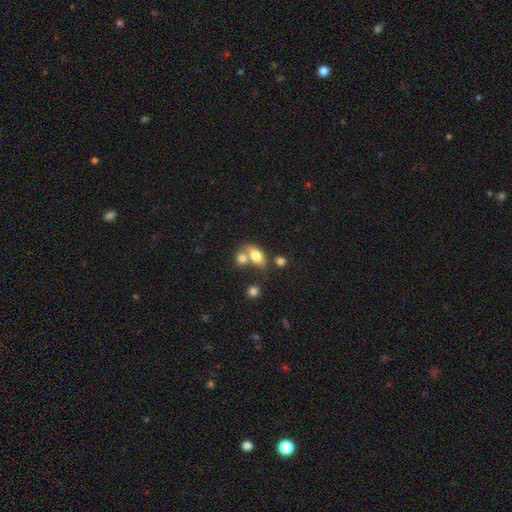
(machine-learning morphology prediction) Q: Smooth or featured?
A: smooth (76%); runner-up: featured or disk (16%)
Q: How rounded?
A: in between (84%); runner-up: round (11%)
Q: Merging?
A: merger (47%); runner-up: none (37%)